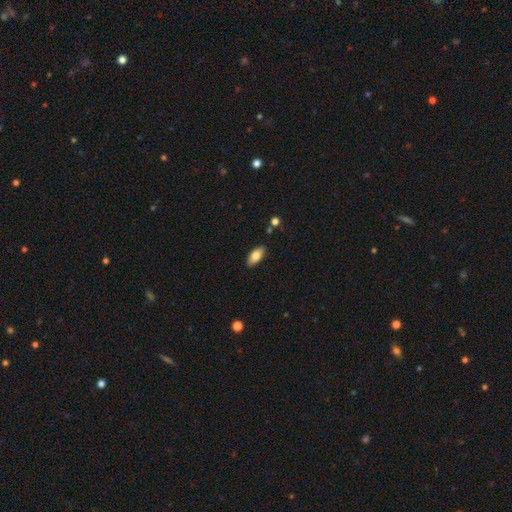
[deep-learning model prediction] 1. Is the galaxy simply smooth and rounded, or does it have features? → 80% smooth, 13% featured or disk, 7% star or artifact.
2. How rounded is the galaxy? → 86% in between, 11% cigar-shaped, 2% round.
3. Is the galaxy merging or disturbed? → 87% none, 10% minor disturbance, 2% major disturbance, 2% merger.